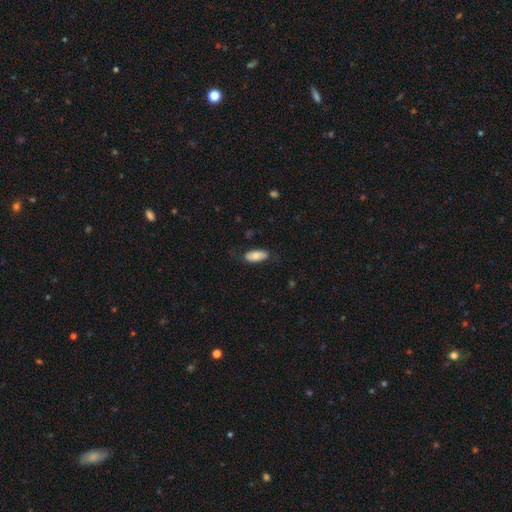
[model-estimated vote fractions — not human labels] A smooth galaxy with no disk features (76%) that is in between round and cigar-shaped (89%).

Vote fractions:
- Smooth or featured? smooth: 76% / featured or disk: 18% / star or artifact: 6%
- How rounded? in between: 89% / cigar-shaped: 9% / round: 2%
- Merging? none: 77% / minor disturbance: 18% / major disturbance: 4% / merger: 1%